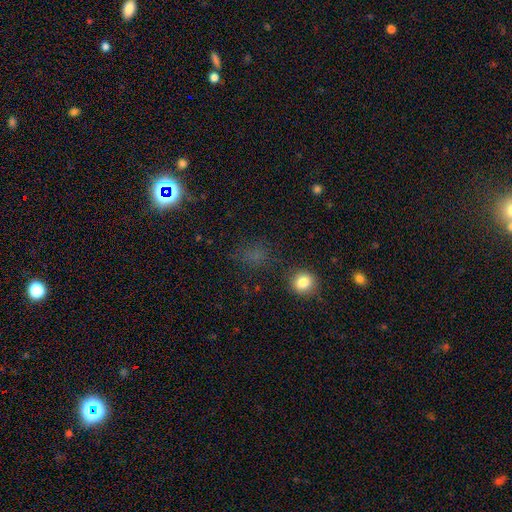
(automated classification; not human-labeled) Smooth or featured?
  - smooth: 55% *
  - star or artifact: 36%
  - featured or disk: 8%
How rounded?
  - round: 69% *
  - in between: 28%
  - cigar-shaped: 3%
Merging?
  - none: 74% *
  - minor disturbance: 14%
  - major disturbance: 9%
  - merger: 3%